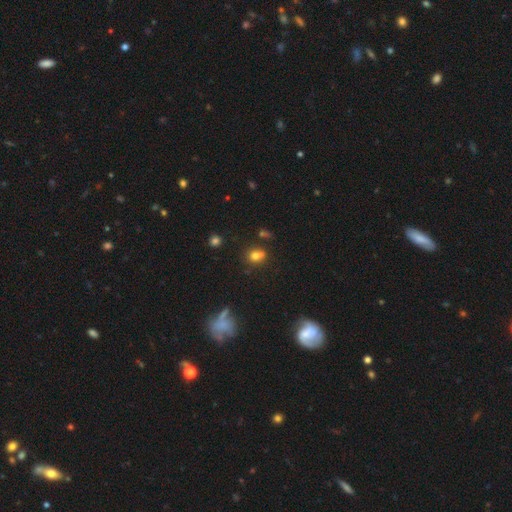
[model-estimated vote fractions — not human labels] This is likely a smooth galaxy (72%). How rounded: likely round (67%). Merging: possibly none (54%).